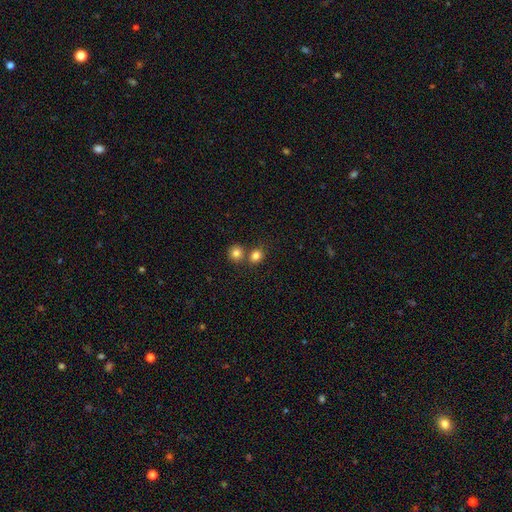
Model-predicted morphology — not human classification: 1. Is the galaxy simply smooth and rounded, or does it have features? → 82% smooth, 12% star or artifact, 6% featured or disk.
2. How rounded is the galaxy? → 74% round, 25% in between, 1% cigar-shaped.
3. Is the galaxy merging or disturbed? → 59% none, 30% merger, 8% minor disturbance, 3% major disturbance.